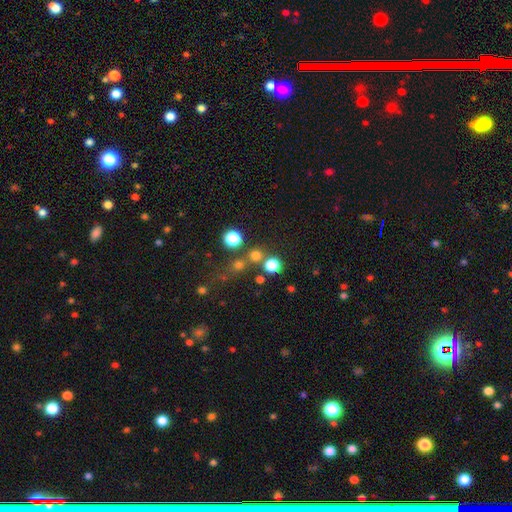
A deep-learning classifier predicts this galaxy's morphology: Smooth or featured? Predicted: smooth (p=0.70). How rounded? Predicted: round (p=0.91). Merging? Predicted: none (p=0.69).